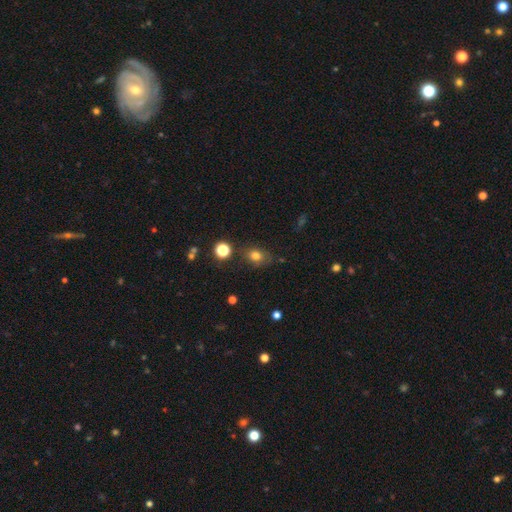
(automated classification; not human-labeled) The model was most divided on "how rounded": in between: 59%, round: 40%, cigar-shaped: 1%. More confident: smooth or featured — smooth (77%); merging — none (72%).